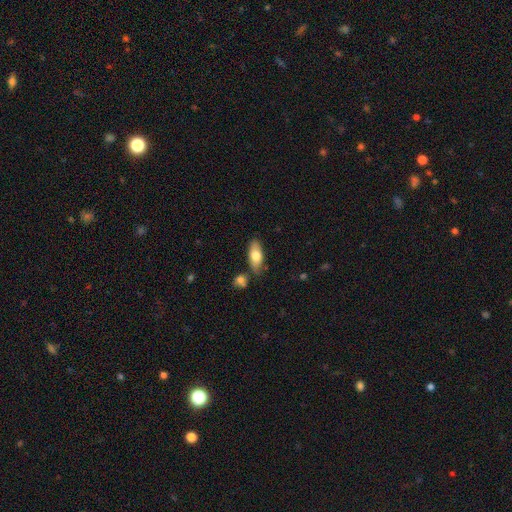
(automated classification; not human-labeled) smooth-or-featured: smooth: 74% | featured or disk: 20% | star or artifact: 6%
  how-rounded: in between: 81% | cigar-shaped: 16% | round: 3%
  merging: none: 74% | minor disturbance: 15% | merger: 8% | major disturbance: 3%